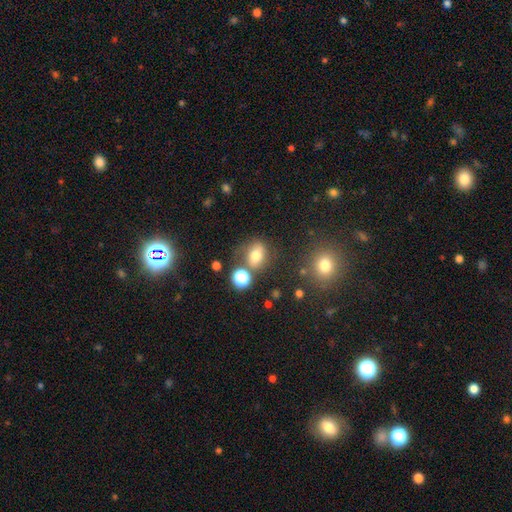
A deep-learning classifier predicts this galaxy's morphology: A smooth galaxy with no disk features (70%) that is in between round and cigar-shaped (57%). Merging: none (62%).